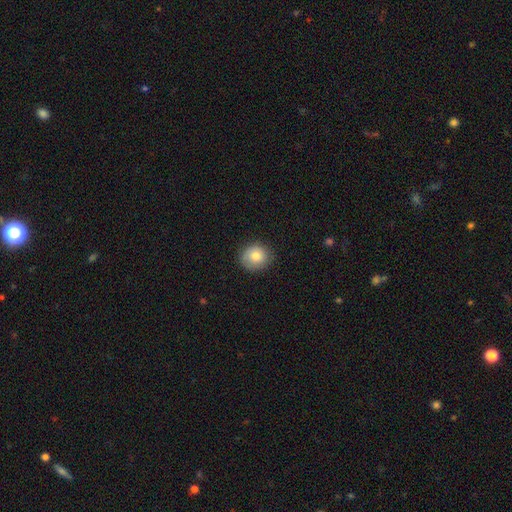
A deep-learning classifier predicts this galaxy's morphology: This appears to be a smooth galaxy with no disk features (80%) that is round (80%). Merging: none (83%).